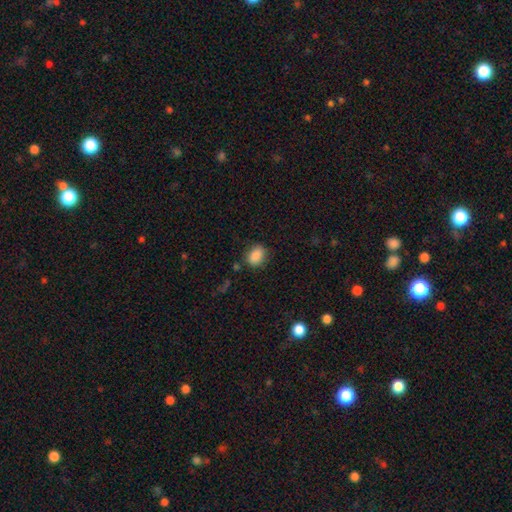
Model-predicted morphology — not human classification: Smooth or featured? Predicted: smooth (p=0.87). How rounded? Predicted: in between (p=0.64). Merging? Predicted: none (p=0.79).